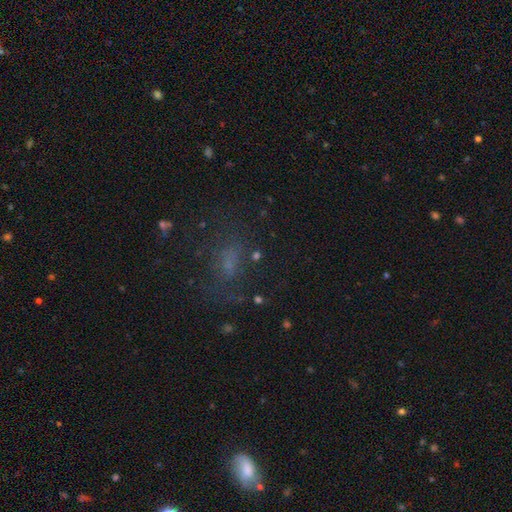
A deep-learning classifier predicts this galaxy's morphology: Smooth or featured: smooth — 49% (star or artifact — 29%)
Merging: none — 53% (major disturbance — 22%)